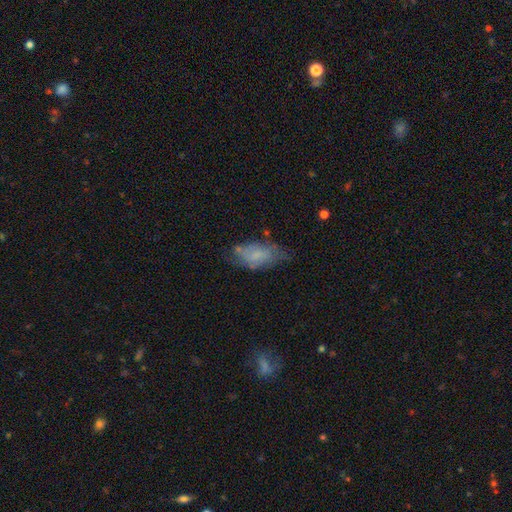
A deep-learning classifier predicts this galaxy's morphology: Smooth or featured: smooth — 62% (featured or disk — 30%)
How rounded: in between — 90% (cigar-shaped — 6%)
Merging: none — 48% (minor disturbance — 33%)